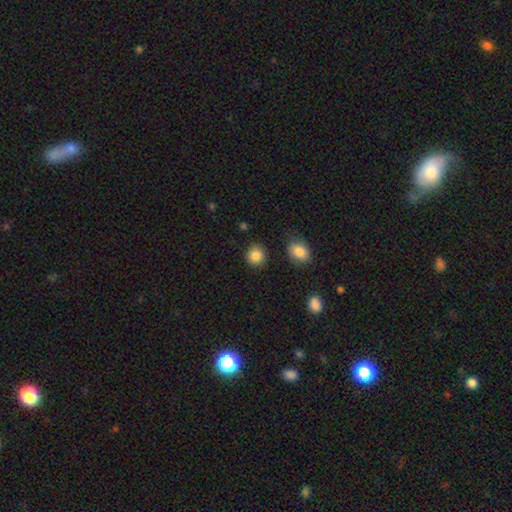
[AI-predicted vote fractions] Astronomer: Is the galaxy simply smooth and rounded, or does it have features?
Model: smooth — 86%.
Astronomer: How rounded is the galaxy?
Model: round — 87%.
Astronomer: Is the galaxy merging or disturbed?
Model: none — 88%.